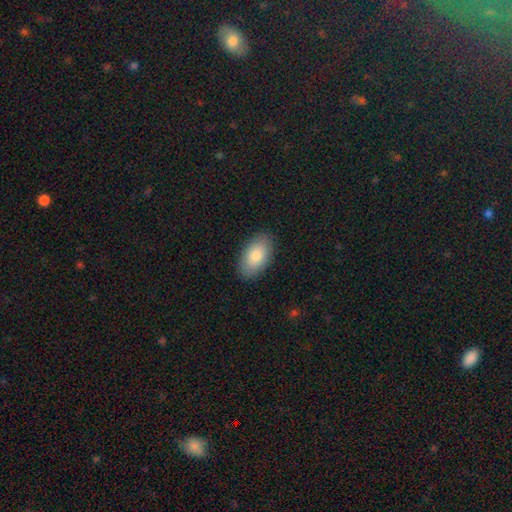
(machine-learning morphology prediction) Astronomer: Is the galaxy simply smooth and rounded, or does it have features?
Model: smooth — 82%.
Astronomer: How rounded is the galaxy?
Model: in between — 94%.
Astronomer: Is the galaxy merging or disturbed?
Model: none — 88%.